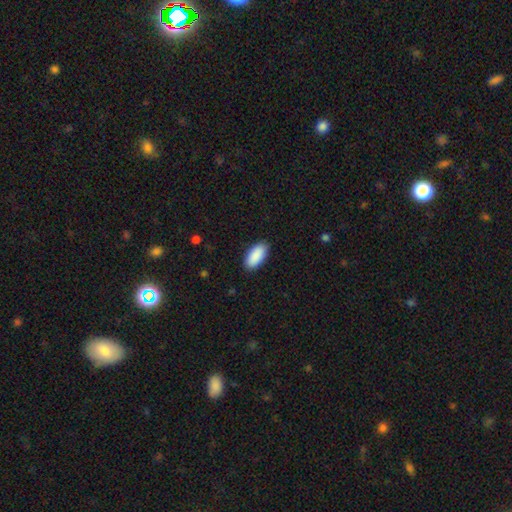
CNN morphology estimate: type=smooth (91%); roundness=in between (93%); merging=none (90%).